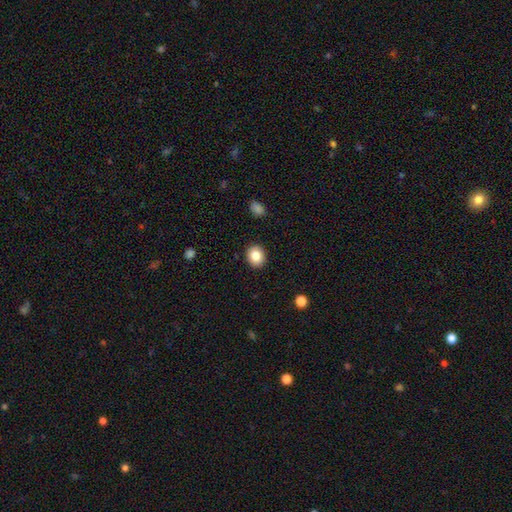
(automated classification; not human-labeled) Smooth or featured?
  - smooth: 84% *
  - star or artifact: 9%
  - featured or disk: 7%
How rounded?
  - round: 65% *
  - in between: 34%
  - cigar-shaped: 1%
Merging?
  - none: 91% *
  - minor disturbance: 6%
  - major disturbance: 2%
  - merger: 1%